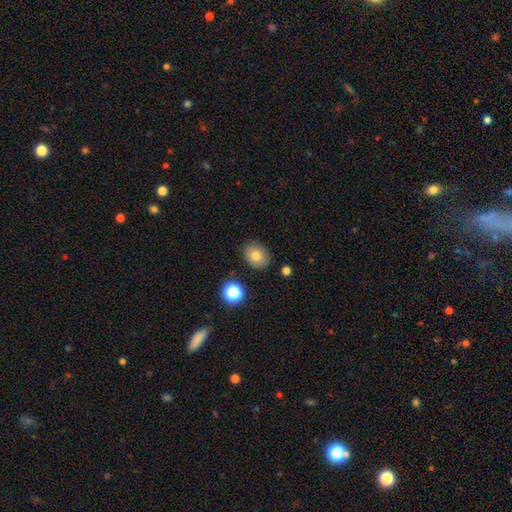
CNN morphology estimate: smooth-or-featured: smooth: 78% | featured or disk: 11% | star or artifact: 11%
  how-rounded: in between: 55% | round: 44% | cigar-shaped: 1%
  merging: none: 84% | minor disturbance: 11% | major disturbance: 3% | merger: 2%